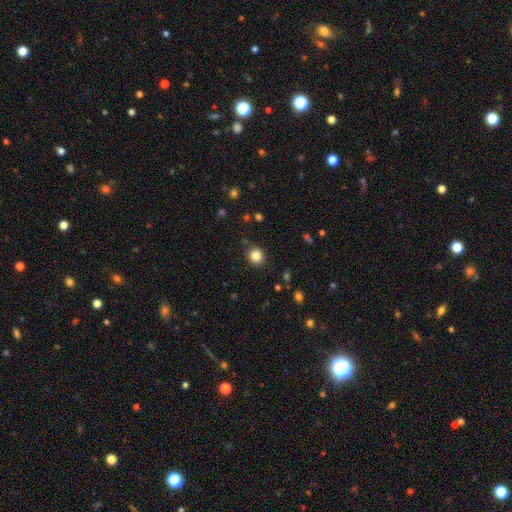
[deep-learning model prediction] Smooth or featured? Predicted: smooth (p=0.84). How rounded? Predicted: round (p=0.83). Merging? Predicted: none (p=0.88).